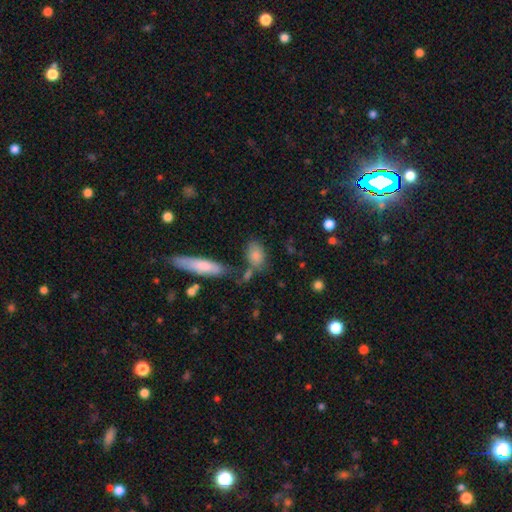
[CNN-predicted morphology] Overall: smooth (83%). How rounded: in between (82%). Merging: none (56%; merger 19%).